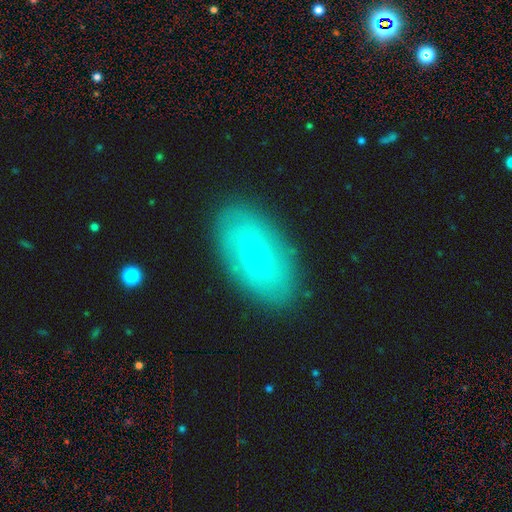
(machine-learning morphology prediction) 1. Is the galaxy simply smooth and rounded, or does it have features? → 49% featured or disk, 43% smooth, 8% star or artifact.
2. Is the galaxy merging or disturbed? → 85% none, 10% minor disturbance, 4% major disturbance, 1% merger.